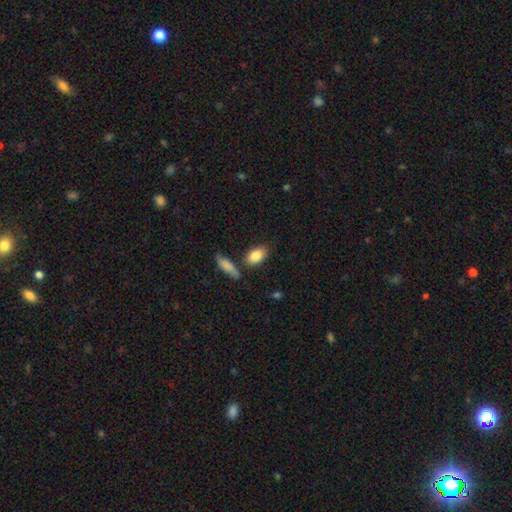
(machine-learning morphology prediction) Overall: smooth (86%). How rounded: in between (90%). Merging: none (72%).